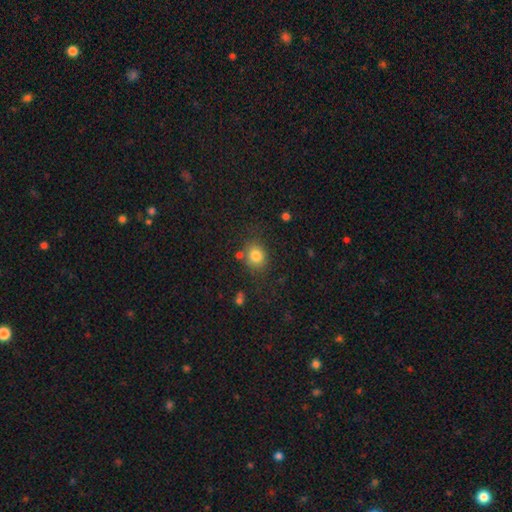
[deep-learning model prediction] Smooth or featured? Predicted: smooth (p=0.81). How rounded? Predicted: round (p=0.63). Merging? Predicted: none (p=0.74).